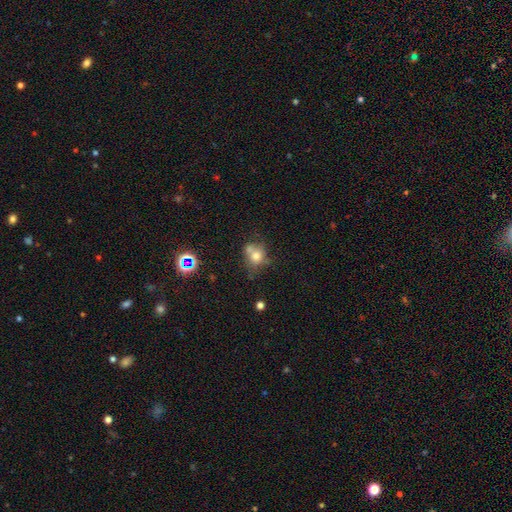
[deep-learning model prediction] Smooth or featured: smooth — 68% (featured or disk — 17%)
How rounded: round — 69% (in between — 29%)
Merging: none — 43% (merger — 29%)